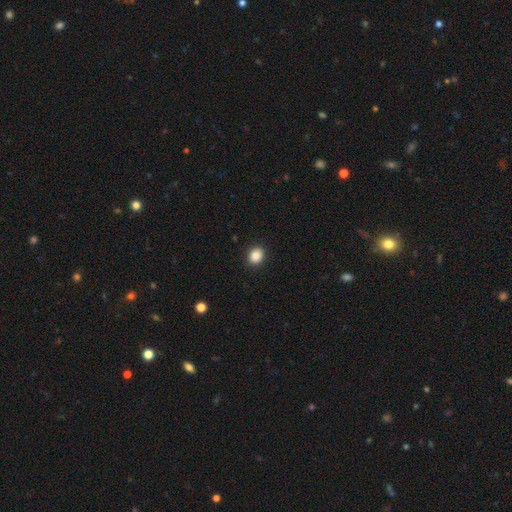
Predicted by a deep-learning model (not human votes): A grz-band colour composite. It shows a smooth galaxy with no disk features (88%) that is round (59%). Merging: none (90%).